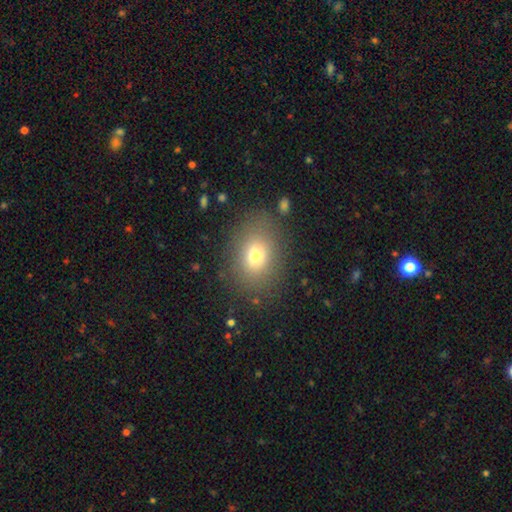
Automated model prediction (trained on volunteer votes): Morphology: type=smooth (73%); roundness=in between (62%); merging=none (81%).